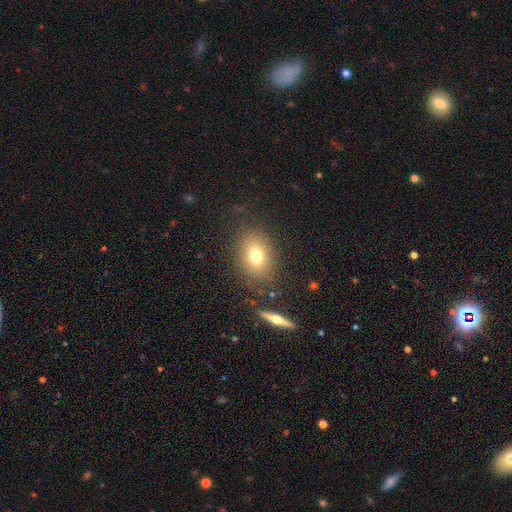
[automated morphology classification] A smooth galaxy with no disk features (73%) that is in between round and cigar-shaped (64%).

Vote fractions:
- Smooth or featured? smooth: 73% / featured or disk: 15% / star or artifact: 13%
- How rounded? in between: 64% / round: 34% / cigar-shaped: 2%
- Merging? none: 81% / minor disturbance: 11% / major disturbance: 5% / merger: 3%